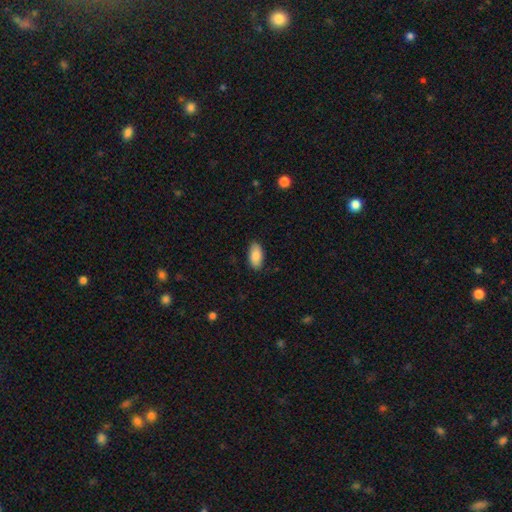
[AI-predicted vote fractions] The model was most divided on "merging": none: 85%, minor disturbance: 11%, major disturbance: 2%, merger: 1%. More confident: how rounded — in between (93%); smooth or featured — smooth (86%).